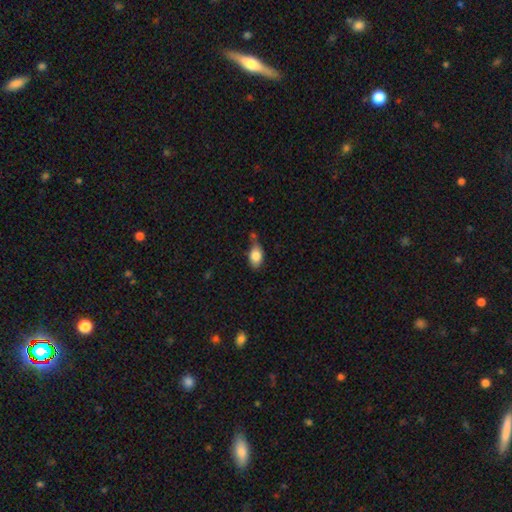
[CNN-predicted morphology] Smooth or featured?
  - smooth: 84% *
  - featured or disk: 9%
  - star or artifact: 7%
How rounded?
  - in between: 88% *
  - round: 9%
  - cigar-shaped: 3%
Merging?
  - none: 47% *
  - minor disturbance: 31%
  - merger: 14%
  - major disturbance: 9%